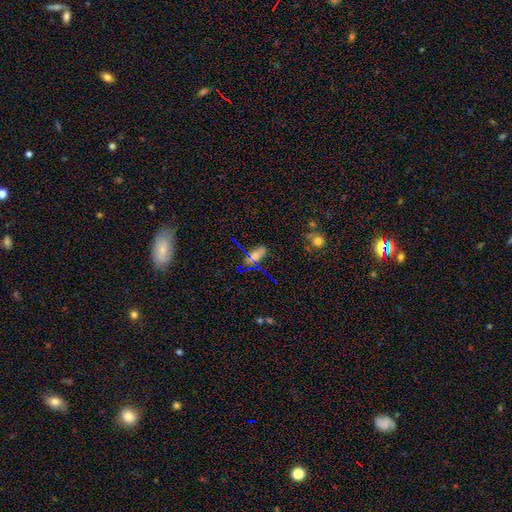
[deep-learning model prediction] Smooth or featured? smooth (56%)
How rounded? in between (79%)
Merging? none (70%)